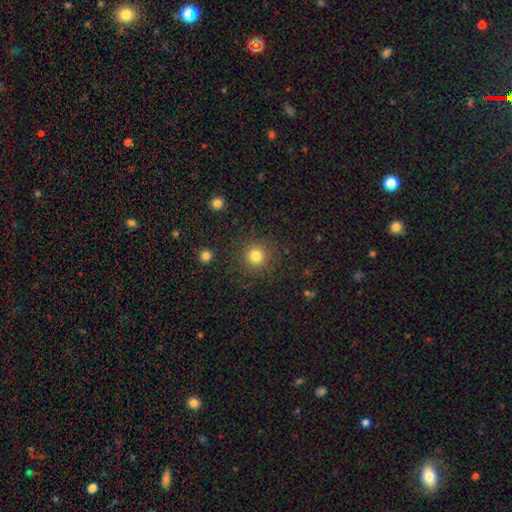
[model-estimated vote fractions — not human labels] smooth 81%, star or artifact 13%, featured or disk 6%. Down the decision tree: how rounded — round (94%); merging — none (89%).